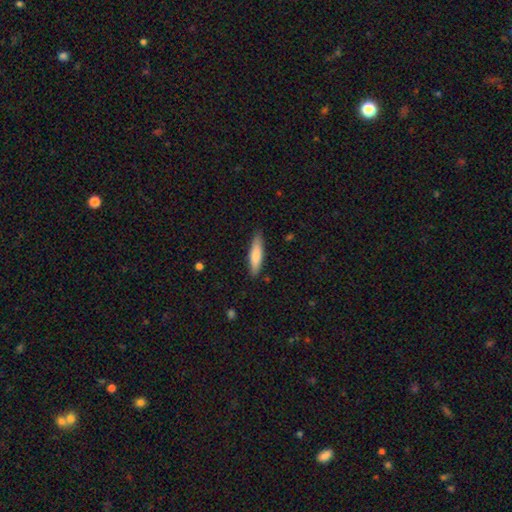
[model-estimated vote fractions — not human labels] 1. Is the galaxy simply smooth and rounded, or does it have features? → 78% smooth, 17% featured or disk, 5% star or artifact.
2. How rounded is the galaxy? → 74% cigar-shaped, 25% in between, 1% round.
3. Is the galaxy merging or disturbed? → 86% none, 11% minor disturbance, 2% major disturbance, 1% merger.